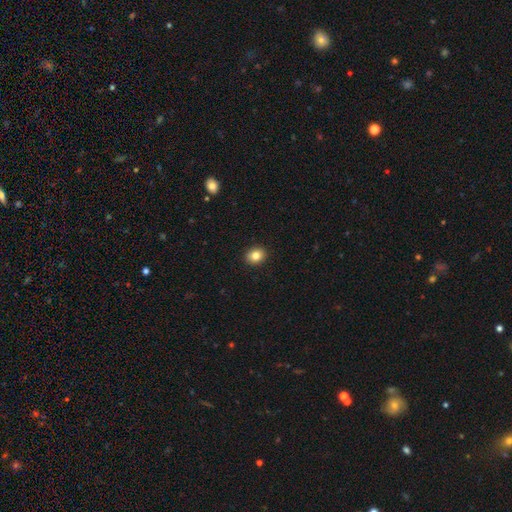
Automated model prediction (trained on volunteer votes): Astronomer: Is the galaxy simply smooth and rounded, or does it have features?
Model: smooth — 82%.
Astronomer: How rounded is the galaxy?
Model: round — 58% (runner-up: in between, 41%).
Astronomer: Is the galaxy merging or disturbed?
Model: none — 92%.